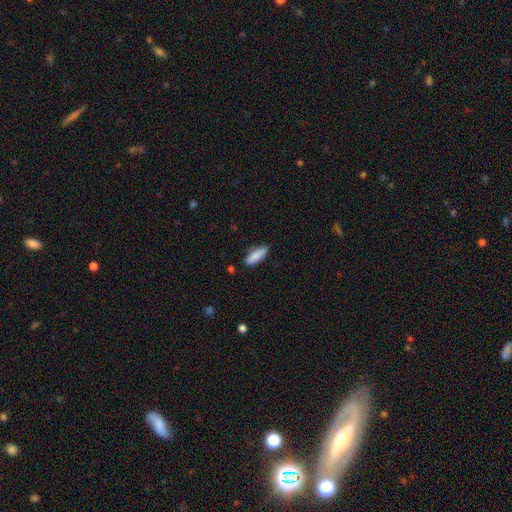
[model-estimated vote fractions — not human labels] Morphology: type=smooth (87%); roundness=in between (55%); merging=none (83%).